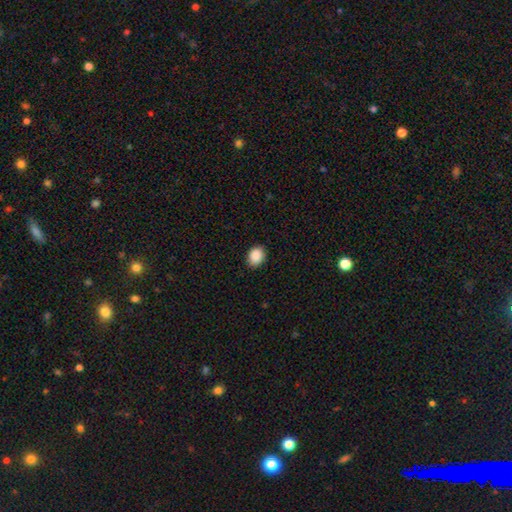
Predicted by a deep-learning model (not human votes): This appears to be a smooth galaxy with no disk features (90%) that is in between round and cigar-shaped (55%). Merging: none (88%).